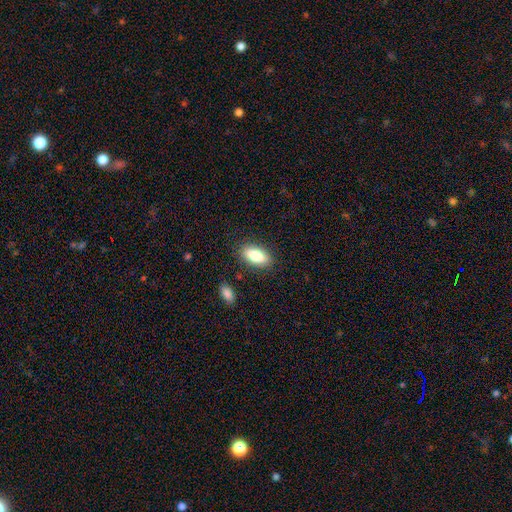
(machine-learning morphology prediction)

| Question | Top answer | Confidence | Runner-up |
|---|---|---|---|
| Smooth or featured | smooth | 82% | featured or disk (11%) |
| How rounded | in between | 89% | cigar-shaped (8%) |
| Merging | none | 85% | minor disturbance (10%) |